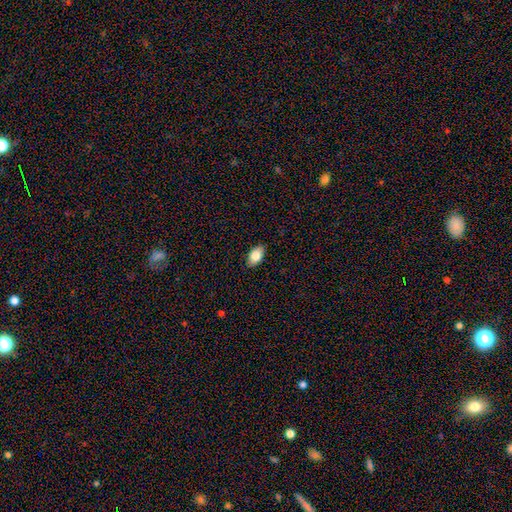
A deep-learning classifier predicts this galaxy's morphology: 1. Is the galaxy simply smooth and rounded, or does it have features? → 82% smooth, 11% featured or disk, 7% star or artifact.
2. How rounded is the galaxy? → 92% in between, 6% round, 2% cigar-shaped.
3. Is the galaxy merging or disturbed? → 87% none, 10% minor disturbance, 2% major disturbance, 1% merger.